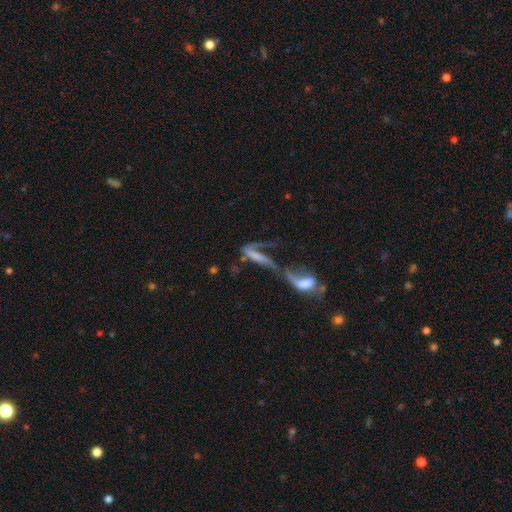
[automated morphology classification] This appears to be a featured or disk galaxy (51%). Merging: merger (70%).